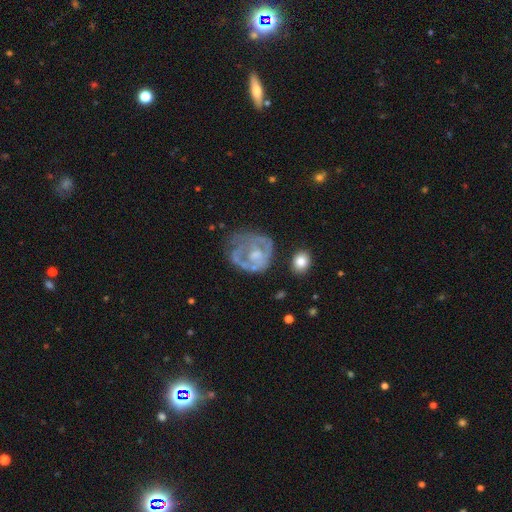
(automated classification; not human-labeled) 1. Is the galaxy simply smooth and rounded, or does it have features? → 68% featured or disk, 24% smooth, 7% star or artifact.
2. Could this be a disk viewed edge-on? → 98% no, 2% yes.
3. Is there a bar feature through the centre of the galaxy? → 76% no, 20% weak, 4% strong.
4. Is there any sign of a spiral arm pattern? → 52% no, 48% yes.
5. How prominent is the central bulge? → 46% moderate, 28% small, 18% none, 7% large, 2% dominant.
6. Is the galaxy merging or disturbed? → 44% none, 28% major disturbance, 24% minor disturbance, 4% merger.